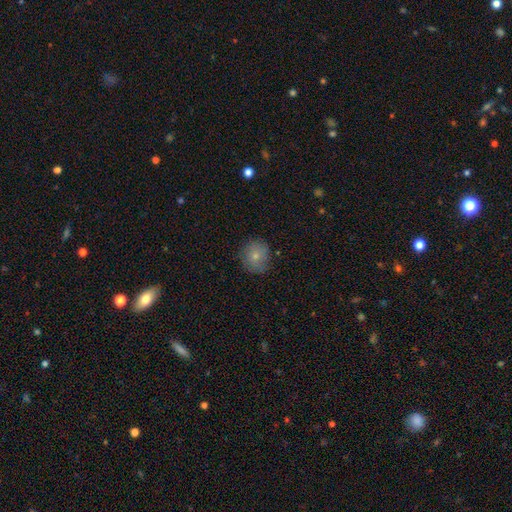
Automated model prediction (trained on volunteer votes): Smooth or featured? smooth (77%)
How rounded? round (87%)
Merging? none (81%)